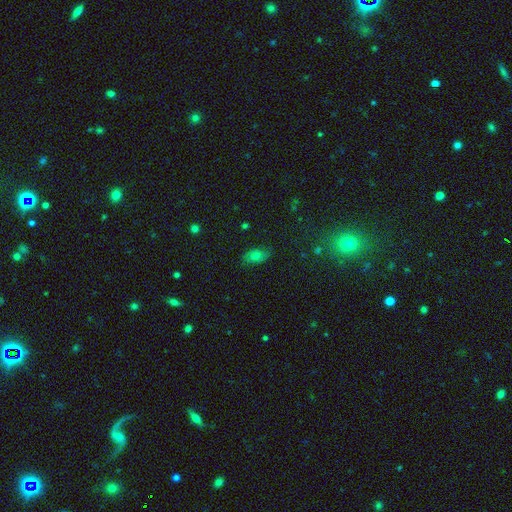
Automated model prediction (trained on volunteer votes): Smooth or featured? Predicted: smooth (p=0.64). How rounded? Predicted: in between (p=0.88). Merging? Predicted: none (p=0.76).